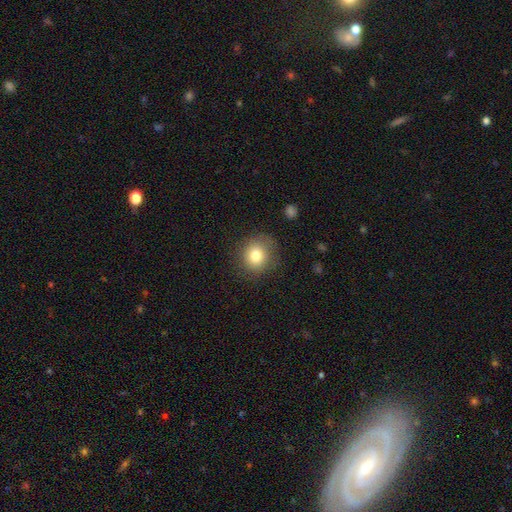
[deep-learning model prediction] A smooth galaxy with no disk features (80%) that is round (81%). Merging: none (79%).